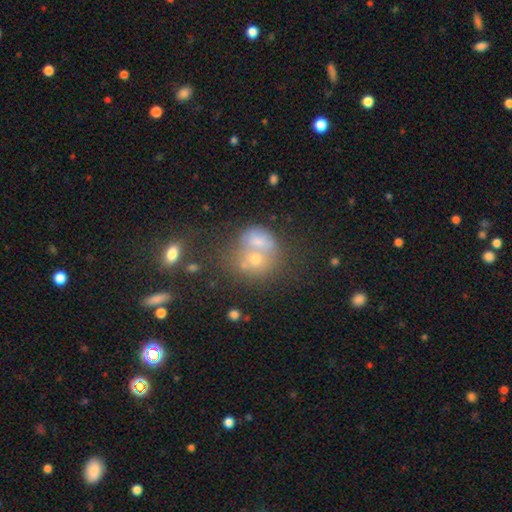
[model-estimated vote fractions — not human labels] smooth-or-featured: smooth: 54% | featured or disk: 30% | star or artifact: 16%
  how-rounded: round: 66% | in between: 32% | cigar-shaped: 1%
  merging: merger: 61% | none: 24% | minor disturbance: 8% | major disturbance: 6%